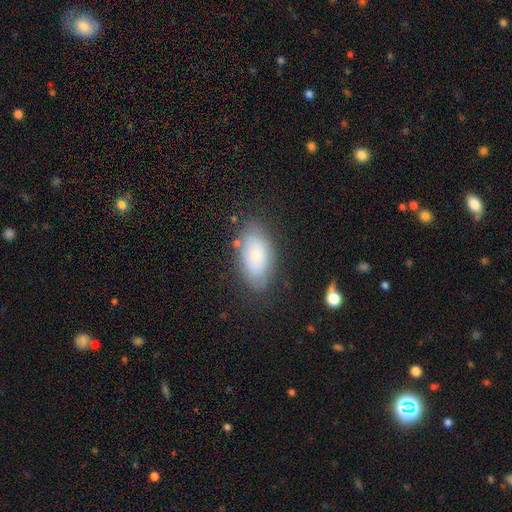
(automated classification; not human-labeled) smooth 66%, featured or disk 26%, star or artifact 8%. Down the decision tree: how rounded — in between (93%); merging — none (76%).